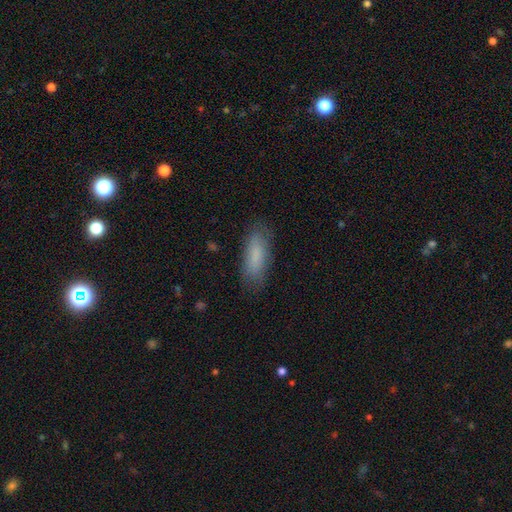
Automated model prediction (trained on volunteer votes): A smooth galaxy with no disk features (81%) that is in between round and cigar-shaped (66%). Merging: none (81%).